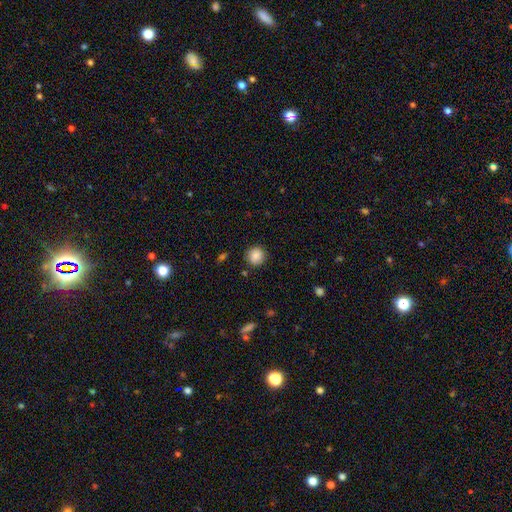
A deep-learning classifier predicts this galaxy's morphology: Smooth or featured: smooth — 87% (star or artifact — 9%)
How rounded: round — 90% (in between — 9%)
Merging: none — 87% (minor disturbance — 9%)